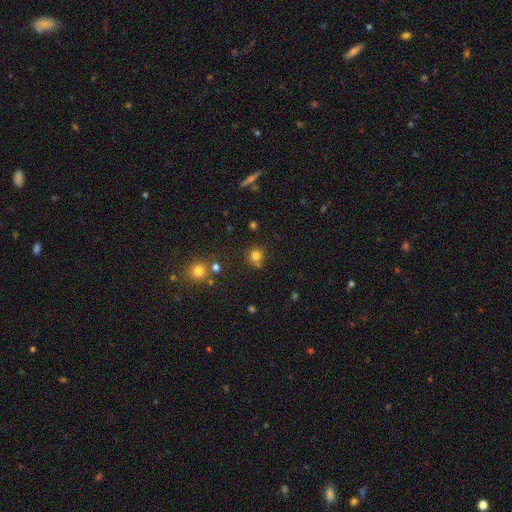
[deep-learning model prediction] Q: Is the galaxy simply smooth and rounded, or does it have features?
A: smooth — 78%.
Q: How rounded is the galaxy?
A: round — 88%.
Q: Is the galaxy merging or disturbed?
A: none — 70%.